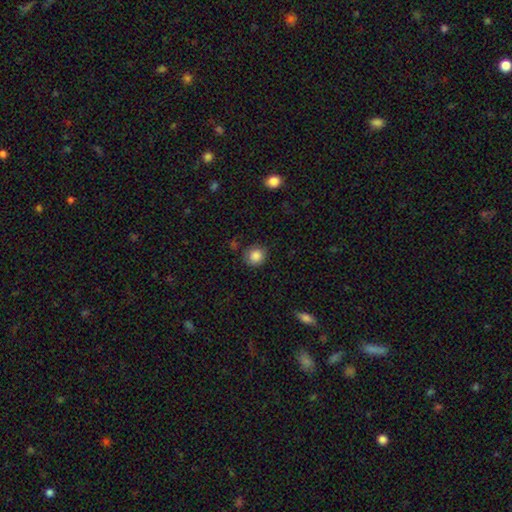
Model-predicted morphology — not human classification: Smooth or featured? smooth (86%)
How rounded? round (87%)
Merging? none (81%)